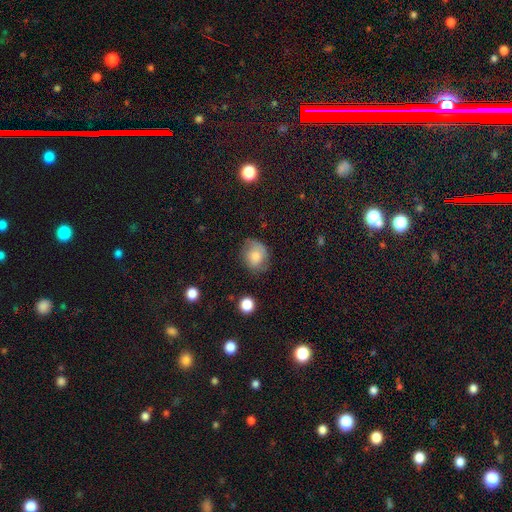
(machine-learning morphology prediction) smooth-or-featured: smooth: 69% | featured or disk: 22% | star or artifact: 10%
  how-rounded: round: 56% | in between: 43% | cigar-shaped: 1%
  merging: none: 64% | minor disturbance: 26% | major disturbance: 8% | merger: 2%